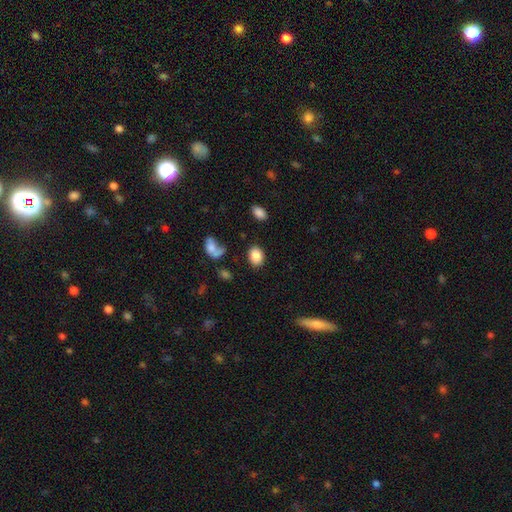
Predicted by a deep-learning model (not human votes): smooth_or_featured: smooth (p=0.85) [alt: star or artifact p=0.08]
how_rounded: in between (p=0.69) [alt: round p=0.30]
merging: none (p=0.81) [alt: minor disturbance p=0.11]